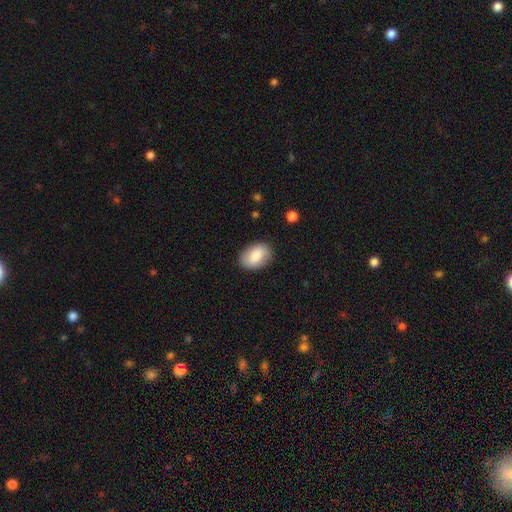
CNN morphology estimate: Q: Smooth or featured?
A: smooth (84%); runner-up: featured or disk (10%)
Q: How rounded?
A: in between (86%); runner-up: round (13%)
Q: Merging?
A: none (86%); runner-up: minor disturbance (10%)